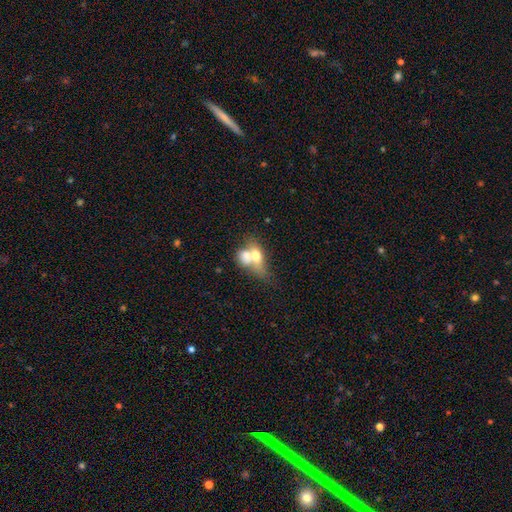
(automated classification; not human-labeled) smooth_or_featured: smooth (p=0.65) [alt: featured or disk p=0.27]
how_rounded: in between (p=0.66) [alt: round p=0.24]
merging: merger (p=0.72) [alt: none p=0.15]